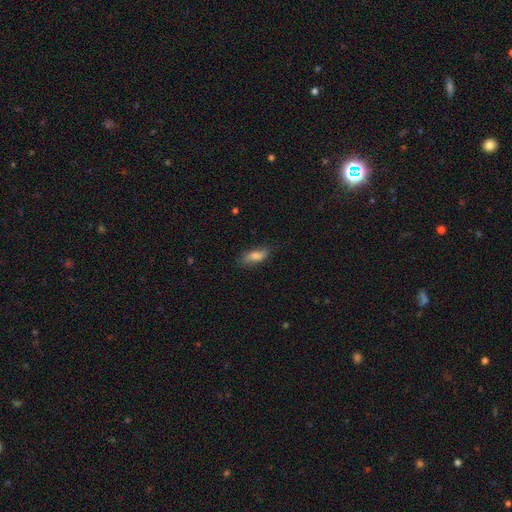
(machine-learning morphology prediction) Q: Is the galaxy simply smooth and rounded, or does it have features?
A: smooth — 76%.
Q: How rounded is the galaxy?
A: in between — 71%.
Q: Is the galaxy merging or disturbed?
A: none — 74%.